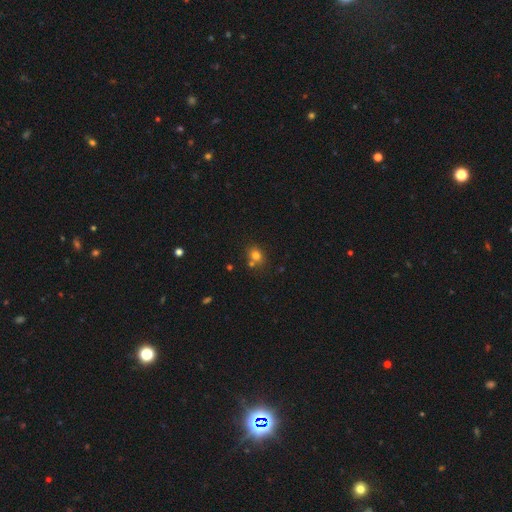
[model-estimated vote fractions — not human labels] Smooth or featured: smooth — 76% (star or artifact — 15%)
How rounded: round — 62% (in between — 37%)
Merging: none — 63% (merger — 22%)